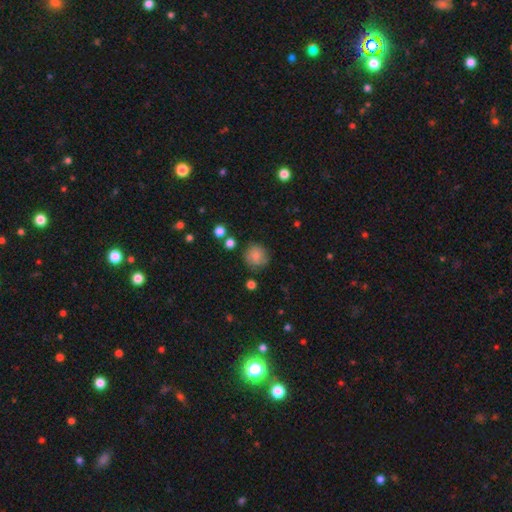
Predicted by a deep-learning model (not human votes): A smooth galaxy with no disk features (79%) that is round (90%).

Vote fractions:
- Smooth or featured? smooth: 79% / featured or disk: 12% / star or artifact: 9%
- How rounded? round: 90% / in between: 9% / cigar-shaped: 1%
- Merging? none: 77% / minor disturbance: 15% / major disturbance: 4% / merger: 3%